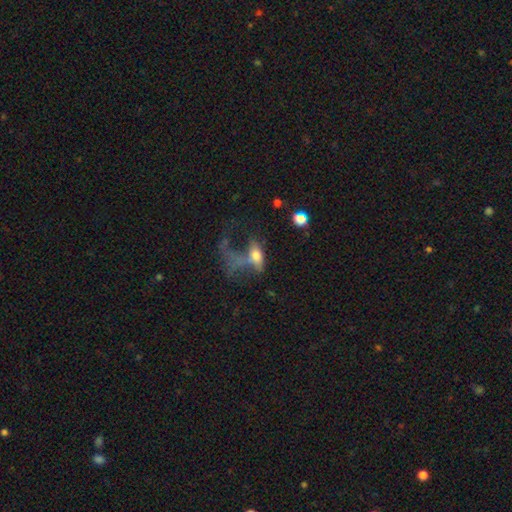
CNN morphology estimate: Smooth or featured? smooth (52%)
How rounded? in between (70%)
Merging? major disturbance (61%)